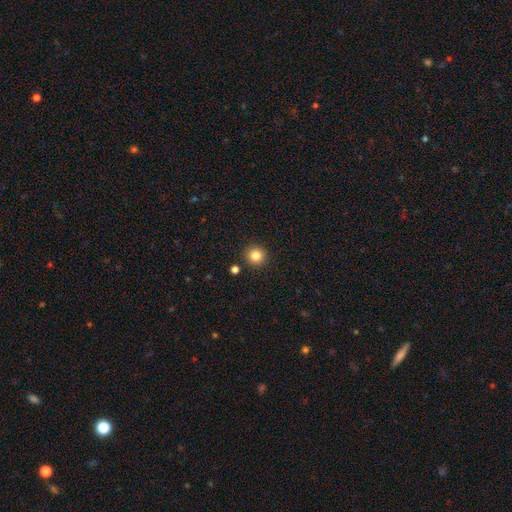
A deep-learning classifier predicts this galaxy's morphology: type=smooth (84%); roundness=round (95%); merging=none (91%).